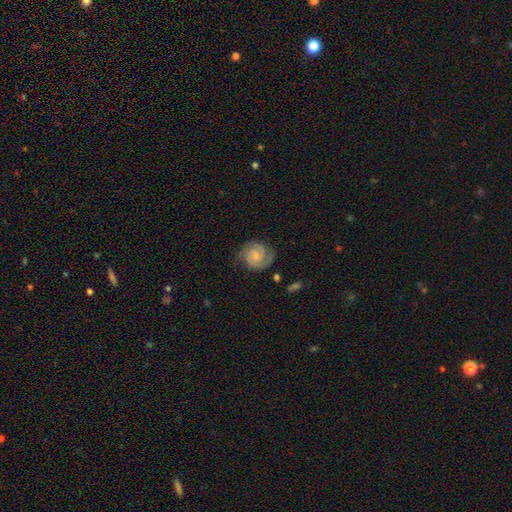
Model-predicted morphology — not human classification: A featured or disk galaxy (77%) with no bar (56%), 2 (74%) tight (58%) spiral arms (97%) and a small central bulge (46%).

Vote fractions:
- Smooth or featured? featured or disk: 77% / smooth: 17% / star or artifact: 6%
- Edge-on disk? no: 98% / yes: 2%
- Bar? no: 56% / weak: 38% / strong: 6%
- Spiral arms? yes: 97% / no: 3%
- Spiral winding? tight: 58% / medium: 35% / loose: 7%
- Spiral arm count? 2: 74% / can't tell: 9% / 3: 9% / 1: 4% / 4: 2% / more than 4: 2%
- Bulge size? small: 46% / none: 28% / moderate: 22% / large: 3% / dominant: 1%
- Merging? none: 74% / minor disturbance: 18% / major disturbance: 7% / merger: 2%